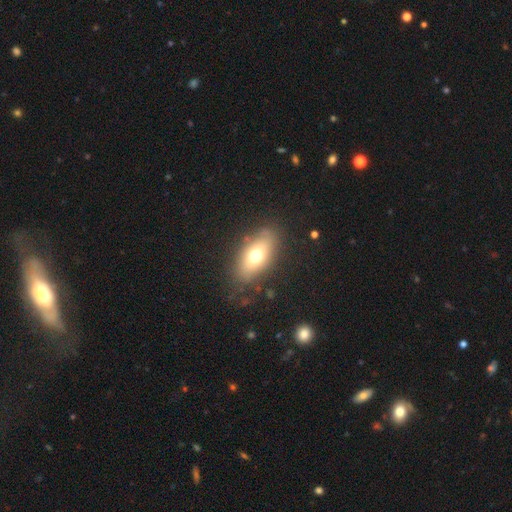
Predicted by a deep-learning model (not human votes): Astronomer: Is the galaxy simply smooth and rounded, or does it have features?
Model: smooth — 65%.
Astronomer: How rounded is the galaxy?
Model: in between — 84%.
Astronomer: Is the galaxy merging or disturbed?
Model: none — 80%.